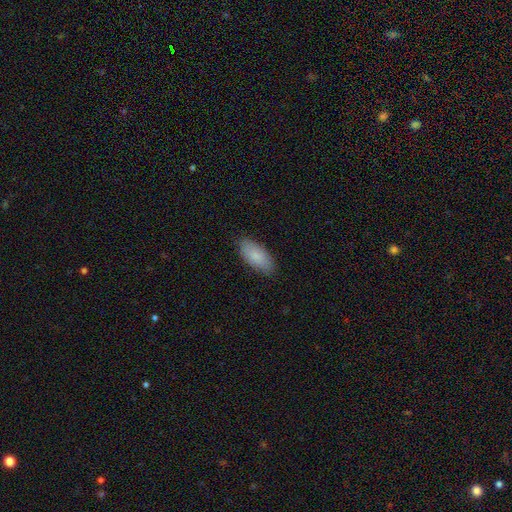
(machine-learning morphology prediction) smooth-or-featured: smooth: 84% | featured or disk: 10% | star or artifact: 6%
  how-rounded: in between: 90% | cigar-shaped: 8% | round: 2%
  merging: none: 86% | minor disturbance: 11% | major disturbance: 2% | merger: 1%